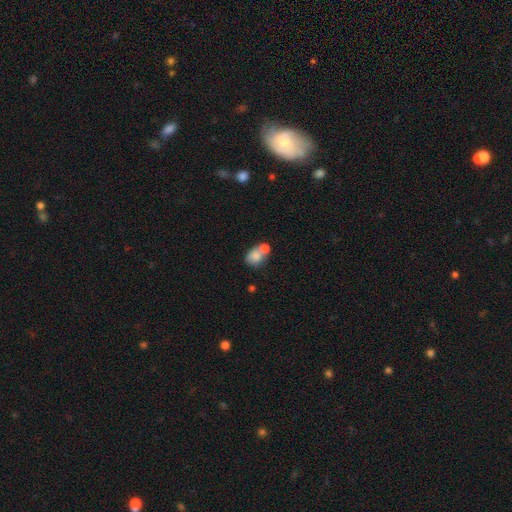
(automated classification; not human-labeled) Q: Smooth or featured?
A: smooth (79%); runner-up: featured or disk (13%)
Q: How rounded?
A: in between (57%); runner-up: round (41%)
Q: Merging?
A: merger (56%); runner-up: none (28%)